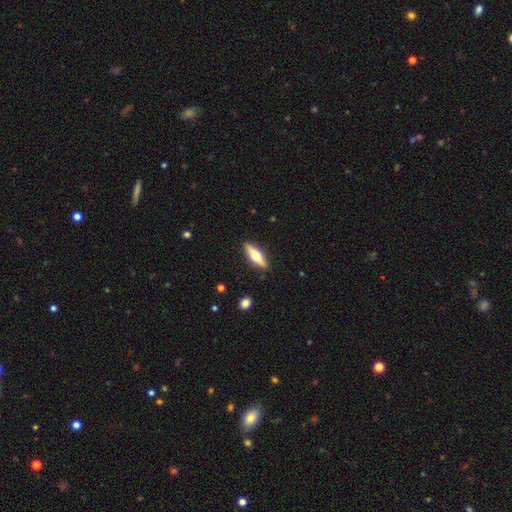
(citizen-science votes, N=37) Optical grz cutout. It shows a featured or disk galaxy (54%) viewed edge-on (85%) with a rounded central bulge (82%). Merging: none (92%).